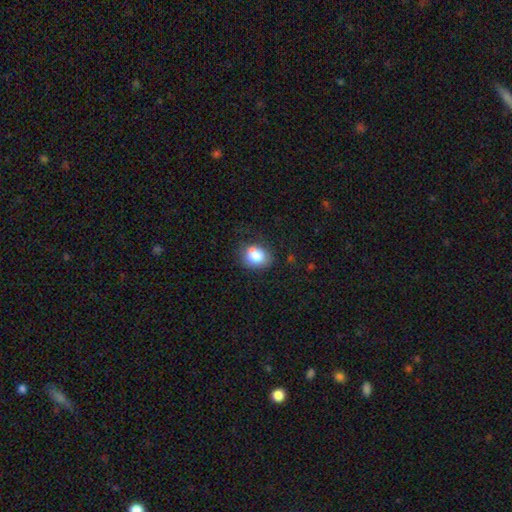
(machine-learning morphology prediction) Smooth or featured? smooth (79%)
How rounded? round (53%)
Merging? none (61%)